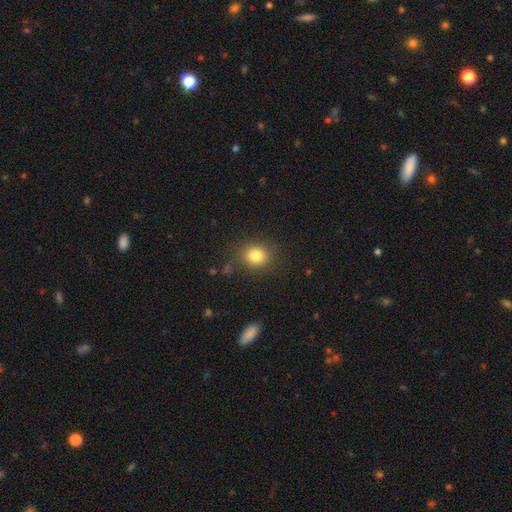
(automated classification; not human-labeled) Morphology: type=smooth (81%); roundness=round (75%); merging=none (84%).